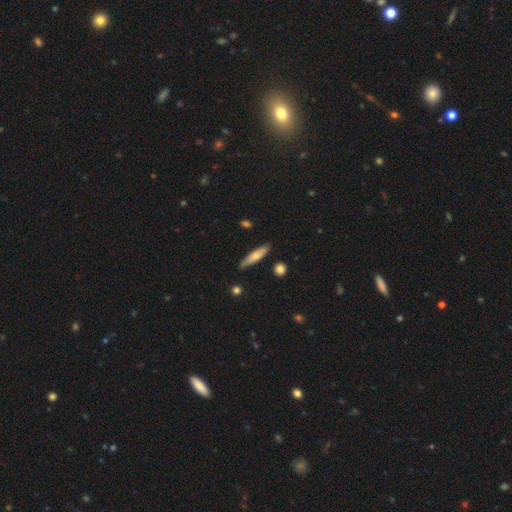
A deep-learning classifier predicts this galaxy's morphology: Smooth or featured: smooth — 66% (featured or disk — 28%)
How rounded: cigar-shaped — 79% (in between — 19%)
Merging: none — 82% (minor disturbance — 13%)